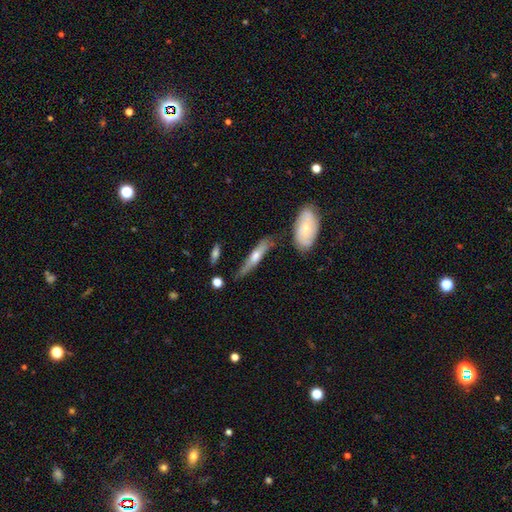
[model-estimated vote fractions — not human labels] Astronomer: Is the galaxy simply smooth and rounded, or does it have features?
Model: featured or disk — 50% (runner-up: smooth, 44%).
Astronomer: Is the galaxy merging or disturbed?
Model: none — 65%.